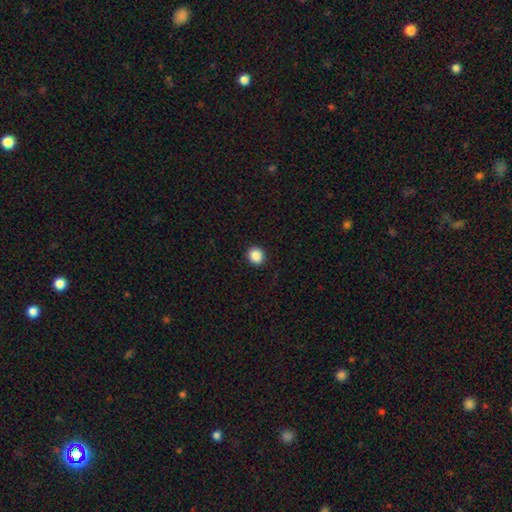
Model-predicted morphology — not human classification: Overall: smooth (88%). How rounded: round (77%). Merging: none (92%).